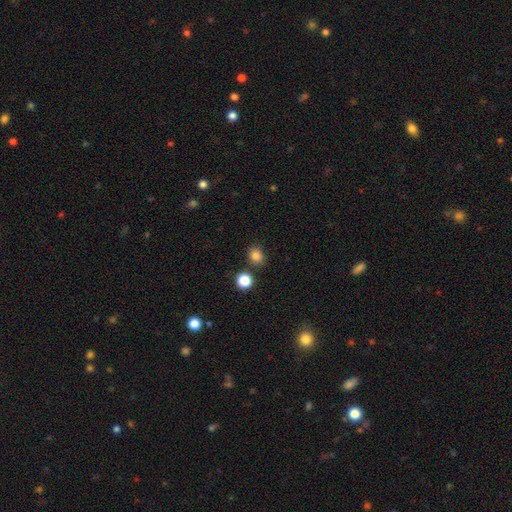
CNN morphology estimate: Overall: smooth (84%). How rounded: round (72%). Merging: none (81%).